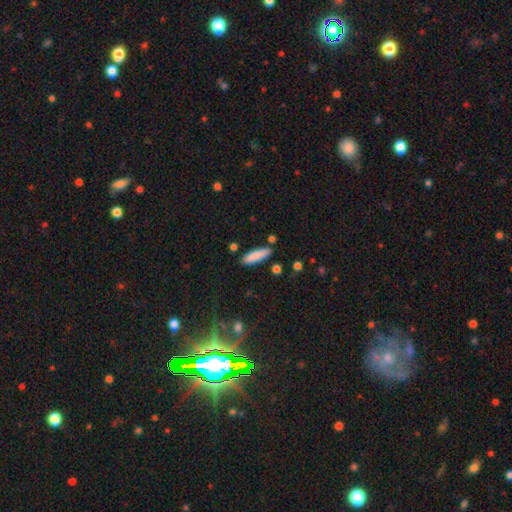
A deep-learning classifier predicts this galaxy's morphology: Q: Smooth or featured?
A: smooth (86%); runner-up: featured or disk (7%)
Q: How rounded?
A: cigar-shaped (62%); runner-up: in between (37%)
Q: Merging?
A: none (85%); runner-up: minor disturbance (10%)